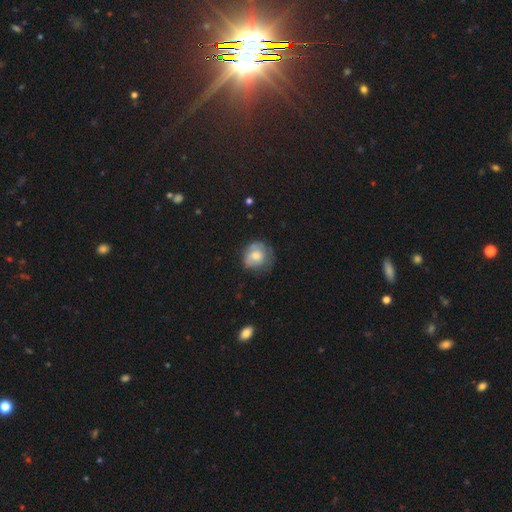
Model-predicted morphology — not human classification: Smooth or featured? Predicted: smooth (p=0.63). How rounded? Predicted: round (p=0.80). Merging? Predicted: none (p=0.59).